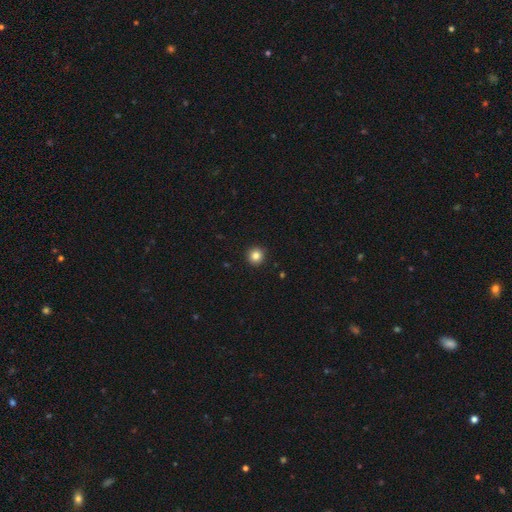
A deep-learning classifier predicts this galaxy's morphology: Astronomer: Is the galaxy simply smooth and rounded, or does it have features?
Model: smooth — 84%.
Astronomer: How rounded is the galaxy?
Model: round — 95%.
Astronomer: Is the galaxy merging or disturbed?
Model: none — 93%.